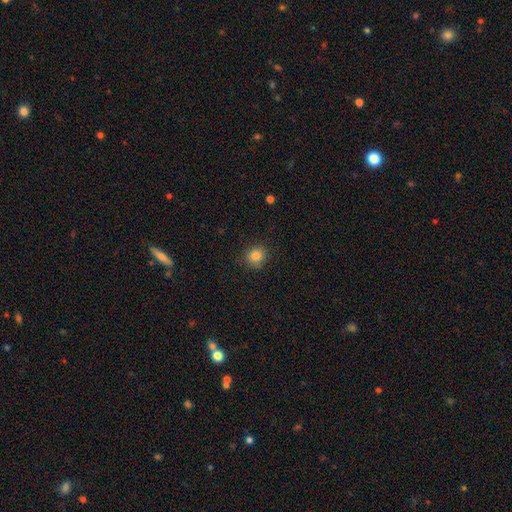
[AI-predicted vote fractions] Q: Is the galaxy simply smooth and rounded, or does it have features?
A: smooth — 84%.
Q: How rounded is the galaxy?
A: round — 79%.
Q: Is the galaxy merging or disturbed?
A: none — 86%.